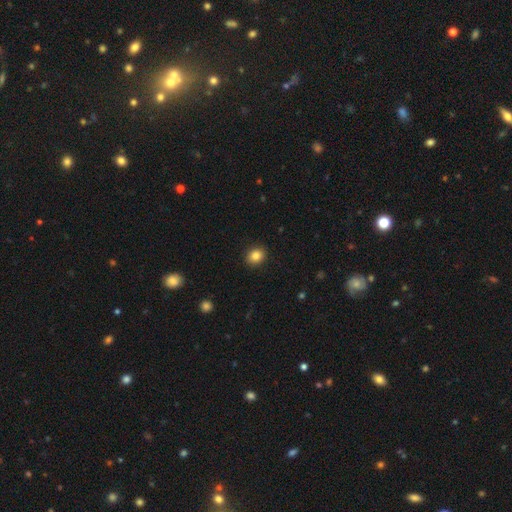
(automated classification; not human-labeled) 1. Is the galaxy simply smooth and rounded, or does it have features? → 85% smooth, 10% star or artifact, 5% featured or disk.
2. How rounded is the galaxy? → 61% round, 38% in between, 1% cigar-shaped.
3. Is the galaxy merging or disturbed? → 91% none, 6% minor disturbance, 2% major disturbance, 1% merger.